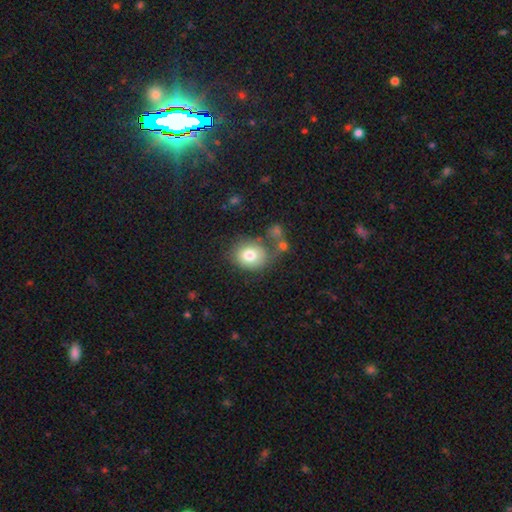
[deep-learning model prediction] This appears to be a smooth galaxy with no disk features (79%) that is round (62%). Merging: none (64%).